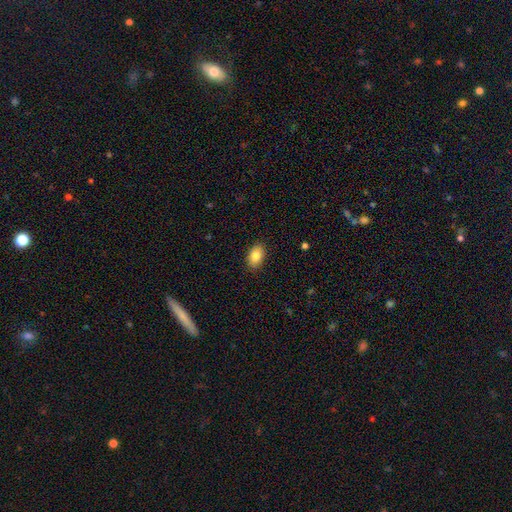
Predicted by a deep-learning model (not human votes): Smooth or featured? smooth (84%)
How rounded? in between (88%)
Merging? none (88%)